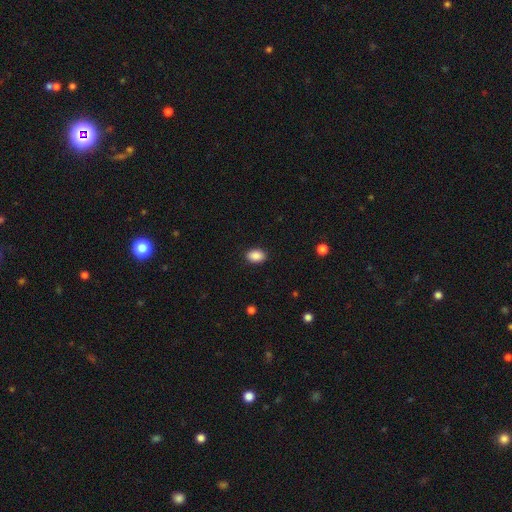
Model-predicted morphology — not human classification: Smooth or featured?
  - smooth: 89% *
  - star or artifact: 8%
  - featured or disk: 3%
How rounded?
  - in between: 84% *
  - round: 15%
  - cigar-shaped: 1%
Merging?
  - none: 88% *
  - minor disturbance: 8%
  - major disturbance: 2%
  - merger: 1%